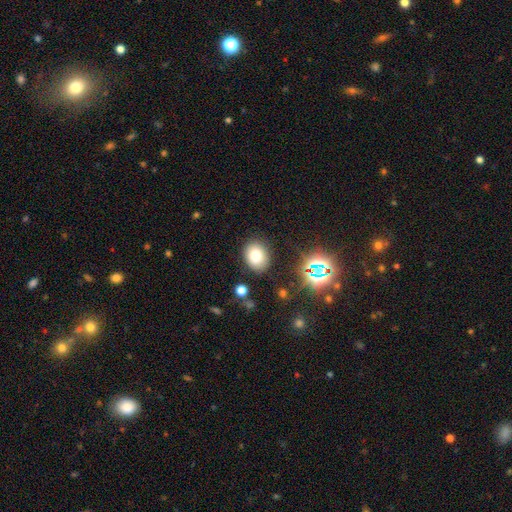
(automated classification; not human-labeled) smooth 78%, star or artifact 14%, featured or disk 8%. Down the decision tree: how rounded — in between (53%); merging — none (83%).